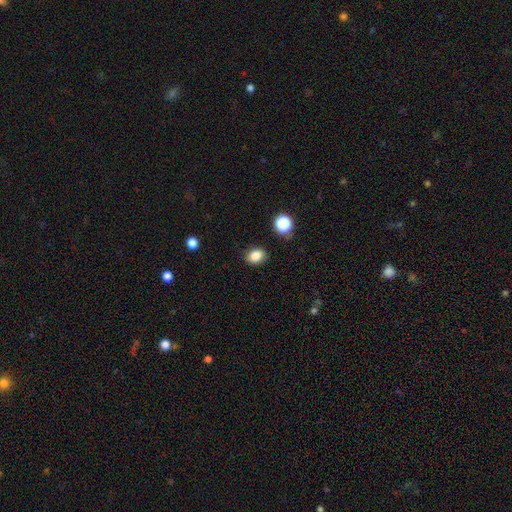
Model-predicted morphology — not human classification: smooth 84%, star or artifact 11%, featured or disk 5%. Down the decision tree: how rounded — in between (54%); merging — none (86%).